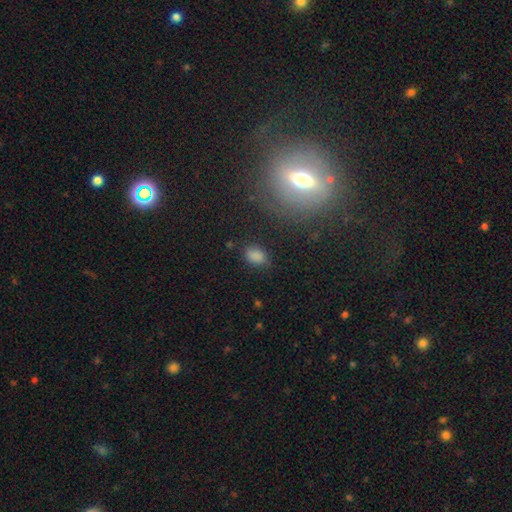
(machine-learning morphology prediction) Smooth or featured?
  - smooth: 78% *
  - star or artifact: 15%
  - featured or disk: 7%
How rounded?
  - in between: 78% *
  - round: 20%
  - cigar-shaped: 2%
Merging?
  - none: 76% *
  - minor disturbance: 16%
  - major disturbance: 5%
  - merger: 3%